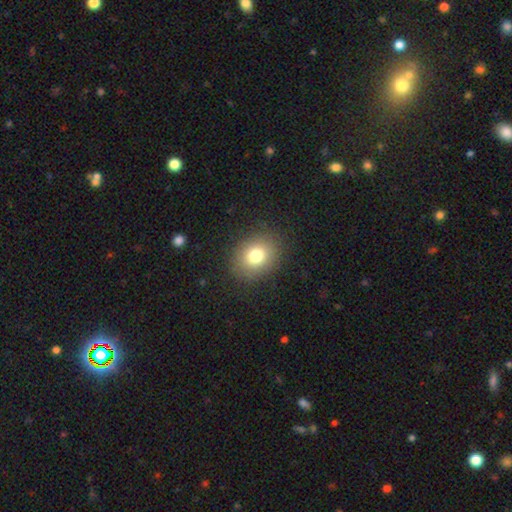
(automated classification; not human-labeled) Morphology: type=smooth (77%); roundness=round (61%); merging=none (87%).